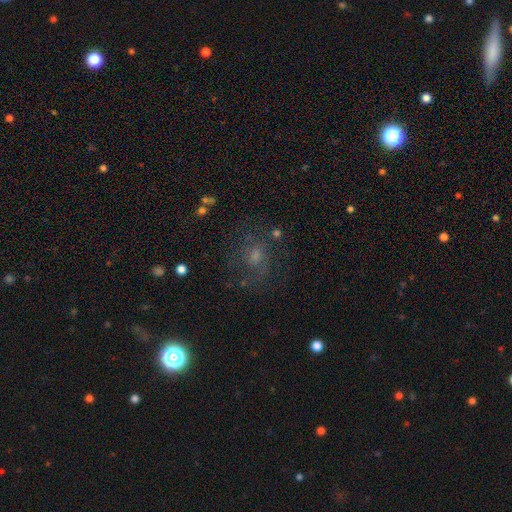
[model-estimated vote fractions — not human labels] This appears to be a featured or disk galaxy (41%). Merging: none (66%).